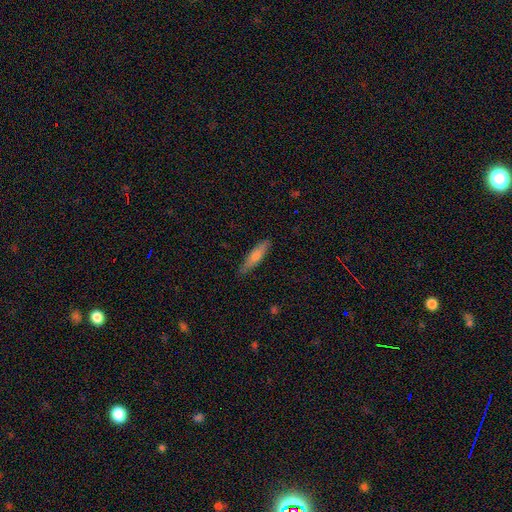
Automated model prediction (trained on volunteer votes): smooth 62%, featured or disk 31%, star or artifact 6%. Down the decision tree: how rounded — cigar-shaped (80%); merging — none (85%).